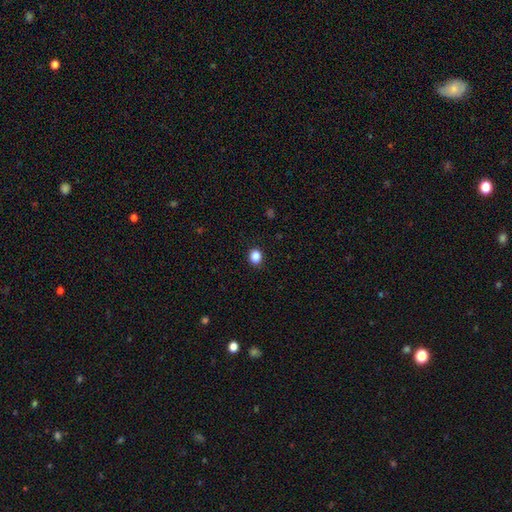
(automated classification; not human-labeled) smooth-or-featured: smooth: 86% | star or artifact: 11% | featured or disk: 3%
  how-rounded: round: 67% | in between: 33% | cigar-shaped: 1%
  merging: none: 91% | minor disturbance: 6% | major disturbance: 2% | merger: 1%